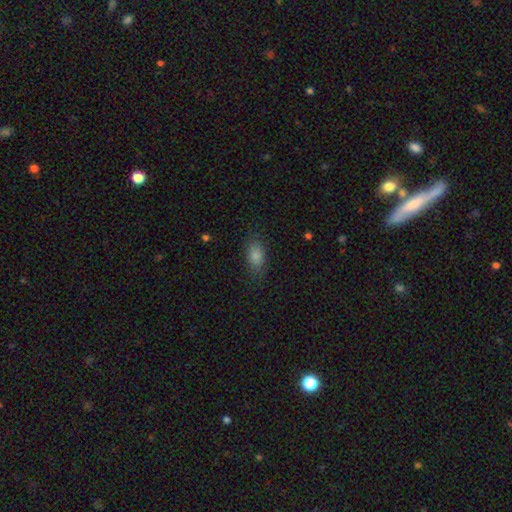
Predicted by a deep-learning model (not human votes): smooth_or_featured: smooth (p=0.85) [alt: star or artifact p=0.08]
how_rounded: in between (p=0.88) [alt: round p=0.06]
merging: none (p=0.79) [alt: minor disturbance p=0.15]